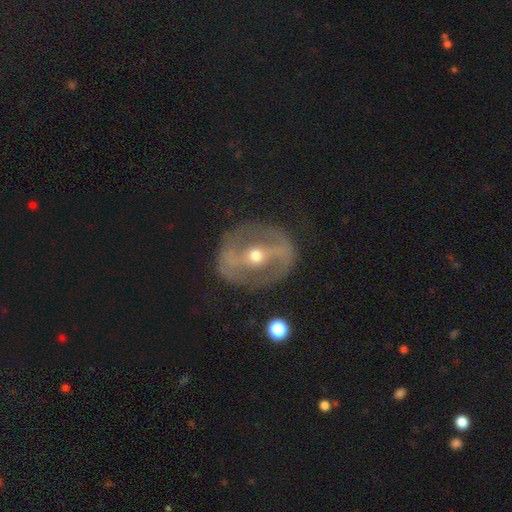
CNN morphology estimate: Overall: featured or disk (82%). Edge-on disk: no (90%). Bar: strong (65%). Spiral arms: yes (54%; no 46%). Bulge size: moderate (62%; small 34%). Merging: none (80%).